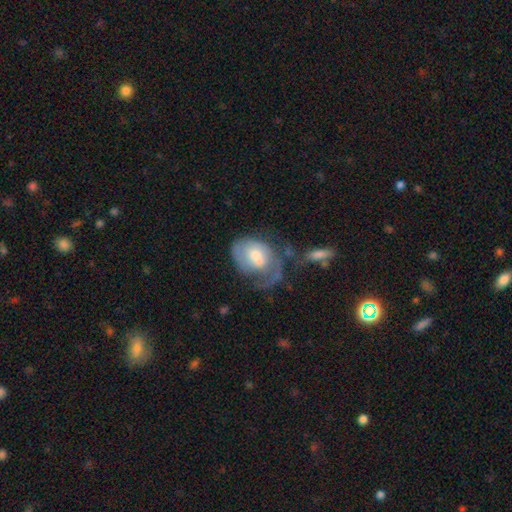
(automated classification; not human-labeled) Smooth or featured: featured or disk — 52% (smooth — 42%)
Edge-on disk: no — 96% (yes — 4%)
Merging: major disturbance — 44% (none — 25%)